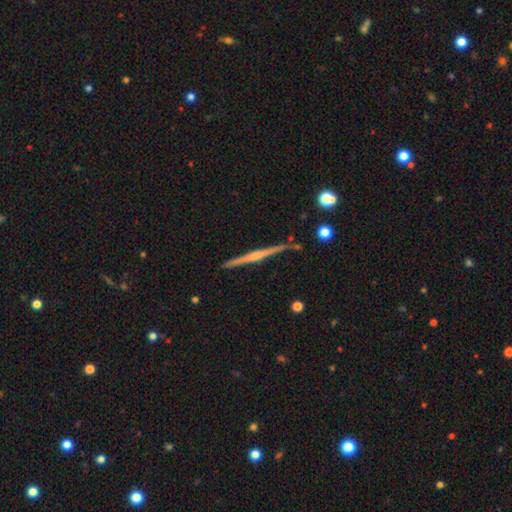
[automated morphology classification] The model was most divided on "edge-on bulge": rounded: 55%, none: 33%, boxy: 12%. More confident: edge-on disk — yes (98%); merging — none (89%); smooth or featured — featured or disk (74%).